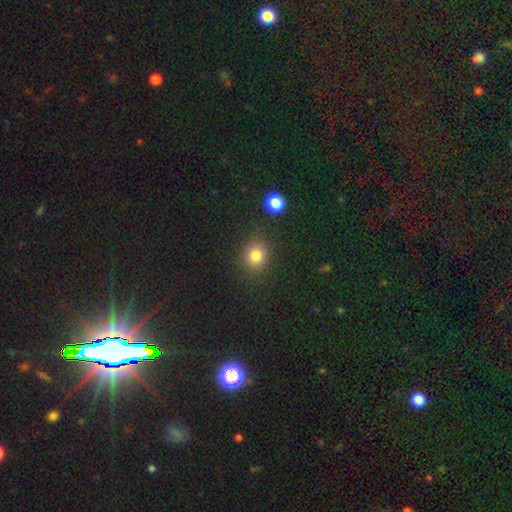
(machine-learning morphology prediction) smooth_or_featured: smooth (p=0.81) [alt: star or artifact p=0.14]
how_rounded: round (p=0.76) [alt: in between p=0.23]
merging: none (p=0.86) [alt: minor disturbance p=0.09]